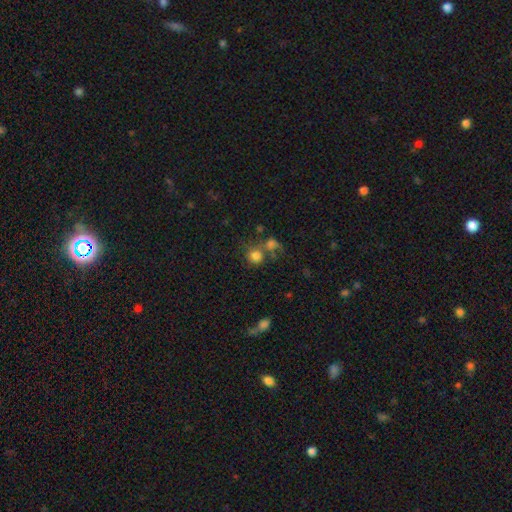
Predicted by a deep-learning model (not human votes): Overall: smooth (76%). How rounded: round (86%). Merging: none (49%; merger 33%).